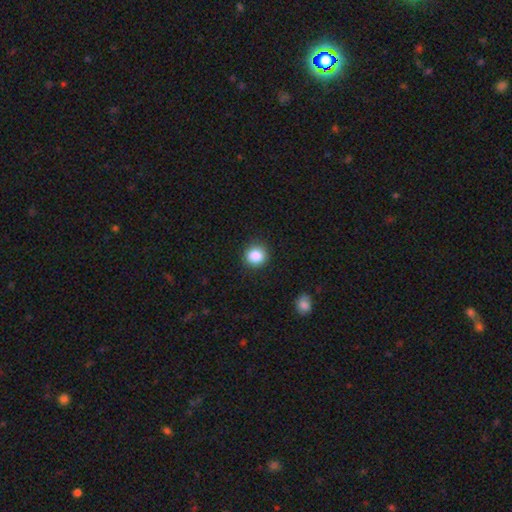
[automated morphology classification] The model was most divided on "smooth or featured": smooth: 86%, star or artifact: 10%, featured or disk: 4%. More confident: merging — none (91%); how rounded — round (91%).